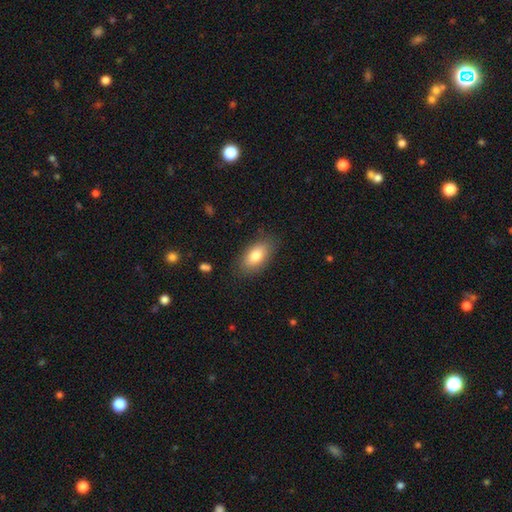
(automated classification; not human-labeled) Smooth or featured?
  - smooth: 80% *
  - featured or disk: 13%
  - star or artifact: 7%
How rounded?
  - in between: 90% *
  - round: 5%
  - cigar-shaped: 5%
Merging?
  - none: 83% *
  - minor disturbance: 12%
  - major disturbance: 3%
  - merger: 1%